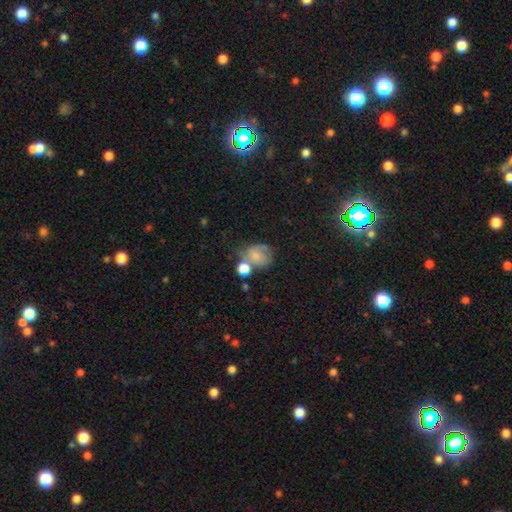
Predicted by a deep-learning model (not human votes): A smooth galaxy with no disk features (68%) that is round (64%). Merging: none (34%).